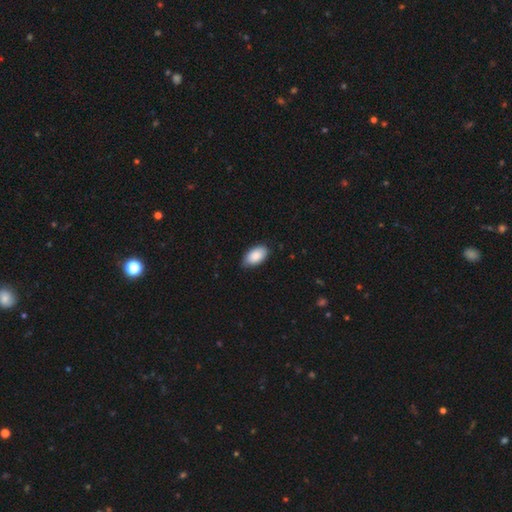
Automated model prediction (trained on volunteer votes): This is clearly a smooth galaxy (88%). How rounded: clearly in between (95%). Merging: clearly none (81%).